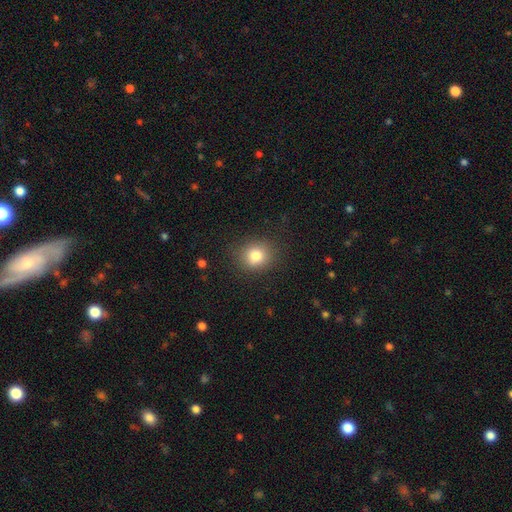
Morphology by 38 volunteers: Volunteers were most divided on "how rounded": round: 75%, in between: 22%, cigar-shaped: 3%. More confident: smooth or featured — smooth (84%); merging — none (84%).